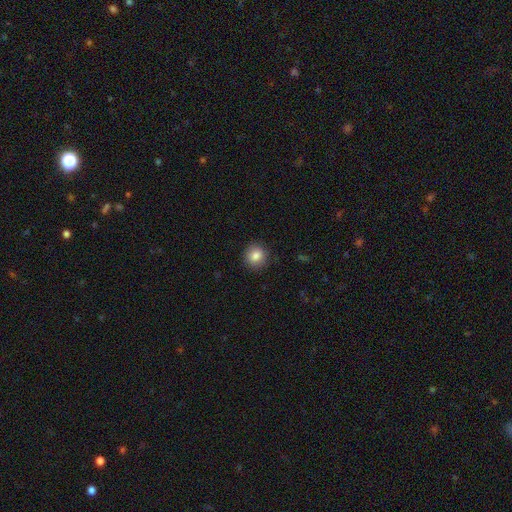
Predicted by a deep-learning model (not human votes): Smooth or featured: smooth — 84% (star or artifact — 10%)
How rounded: round — 89% (in between — 10%)
Merging: none — 90% (minor disturbance — 7%)